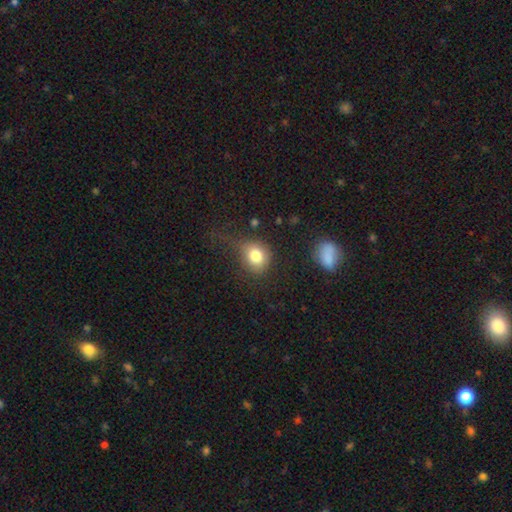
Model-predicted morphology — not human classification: Smooth or featured?
  - smooth: 80% *
  - star or artifact: 10%
  - featured or disk: 9%
How rounded?
  - round: 65% *
  - in between: 33%
  - cigar-shaped: 1%
Merging?
  - none: 55% *
  - minor disturbance: 25%
  - major disturbance: 17%
  - merger: 4%